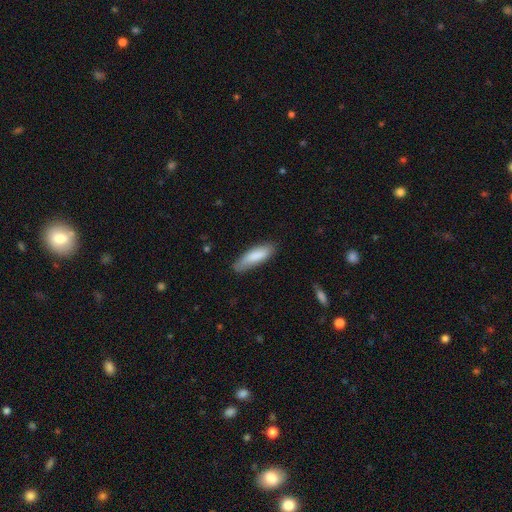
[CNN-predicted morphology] A smooth galaxy with no disk features (83%) that is cigar-shaped (53%). Merging: none (72%).